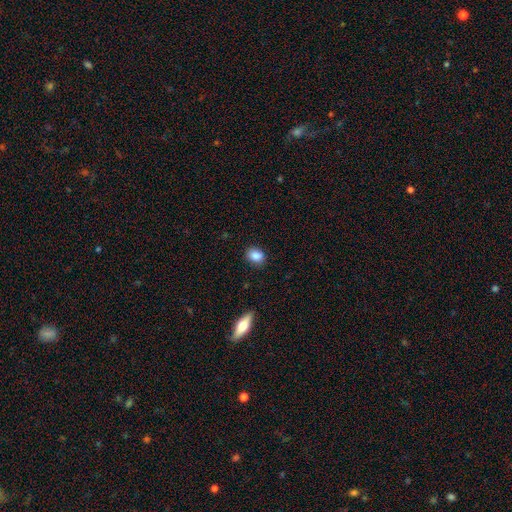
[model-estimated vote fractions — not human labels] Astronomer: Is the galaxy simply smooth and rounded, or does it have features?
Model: smooth — 87%.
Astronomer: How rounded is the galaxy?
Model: in between — 59% (runner-up: round, 40%).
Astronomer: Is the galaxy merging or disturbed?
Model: none — 85%.